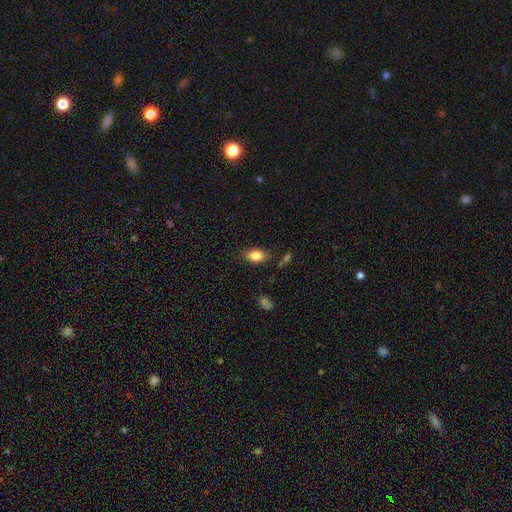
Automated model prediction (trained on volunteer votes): smooth 85%, star or artifact 8%, featured or disk 7%. Down the decision tree: how rounded — in between (86%); merging — none (80%).